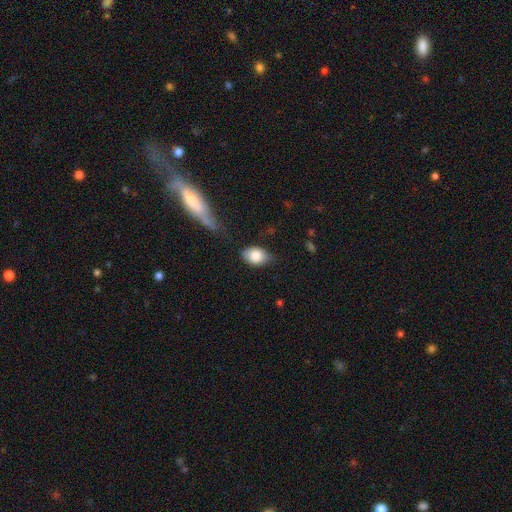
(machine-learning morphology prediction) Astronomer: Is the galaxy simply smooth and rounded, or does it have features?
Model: smooth — 83%.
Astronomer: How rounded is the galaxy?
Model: in between — 83%.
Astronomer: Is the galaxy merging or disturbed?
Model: none — 72%.